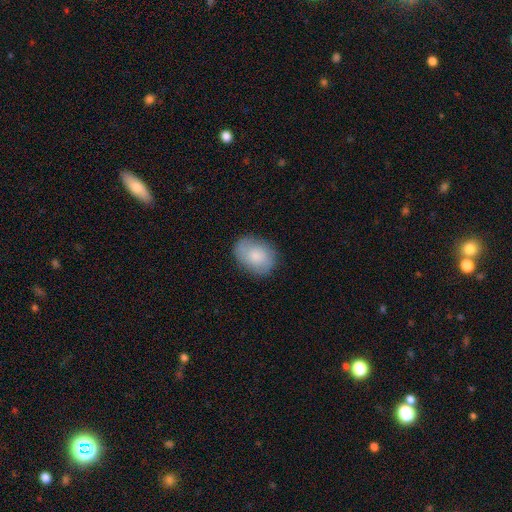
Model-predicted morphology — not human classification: A smooth galaxy with no disk features (74%) that is in between round and cigar-shaped (70%).

Vote fractions:
- Smooth or featured? smooth: 74% / featured or disk: 19% / star or artifact: 7%
- How rounded? in between: 70% / round: 29% / cigar-shaped: 1%
- Merging? none: 79% / minor disturbance: 16% / major disturbance: 4% / merger: 1%